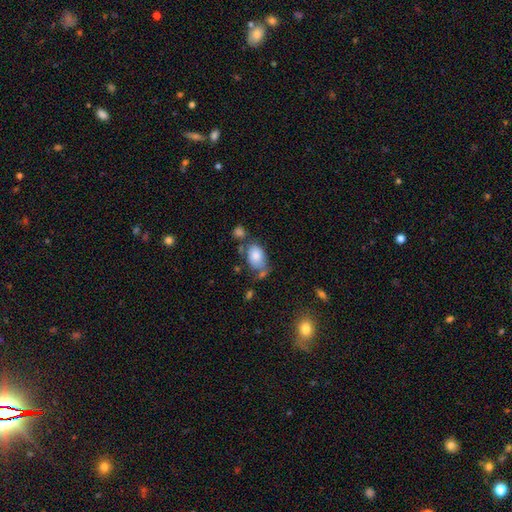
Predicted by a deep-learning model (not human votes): A smooth galaxy with no disk features (79%) that is in between round and cigar-shaped (87%).

Vote fractions:
- Smooth or featured? smooth: 79% / featured or disk: 13% / star or artifact: 8%
- How rounded? in between: 87% / round: 12% / cigar-shaped: 1%
- Merging? none: 44% / minor disturbance: 24% / merger: 21% / major disturbance: 12%